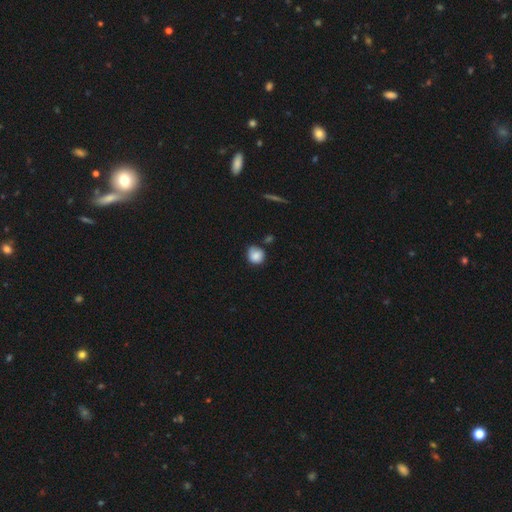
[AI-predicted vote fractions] Overall: smooth (85%). How rounded: round (84%). Merging: none (61%; minor disturbance 28%).